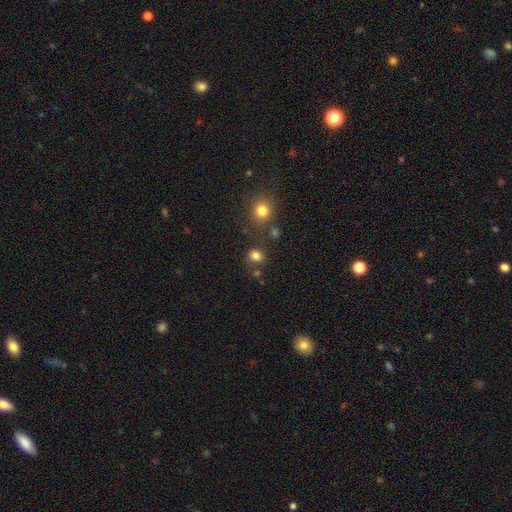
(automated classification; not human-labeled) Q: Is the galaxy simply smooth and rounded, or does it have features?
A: smooth — 81%.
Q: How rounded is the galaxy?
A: round — 73%.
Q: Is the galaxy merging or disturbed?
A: none — 74%.